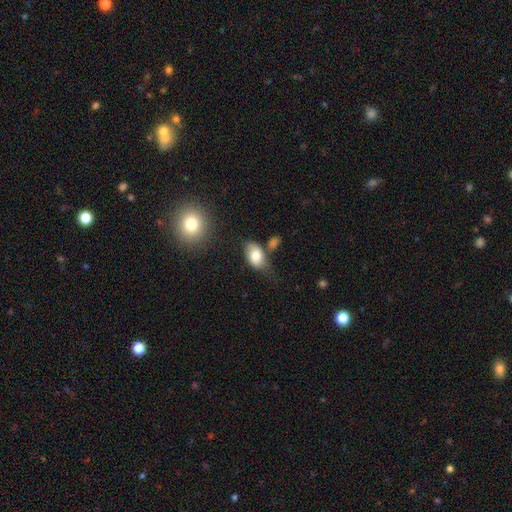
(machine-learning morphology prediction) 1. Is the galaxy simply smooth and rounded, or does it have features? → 77% smooth, 15% featured or disk, 8% star or artifact.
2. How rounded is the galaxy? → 89% in between, 9% round, 2% cigar-shaped.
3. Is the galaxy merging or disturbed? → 52% none, 26% minor disturbance, 14% merger, 9% major disturbance.